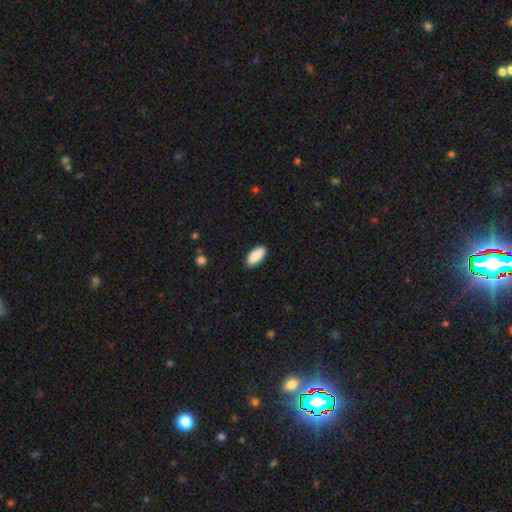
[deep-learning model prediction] Smooth or featured: smooth — 90% (star or artifact — 6%)
How rounded: in between — 90% (cigar-shaped — 9%)
Merging: none — 89% (minor disturbance — 8%)